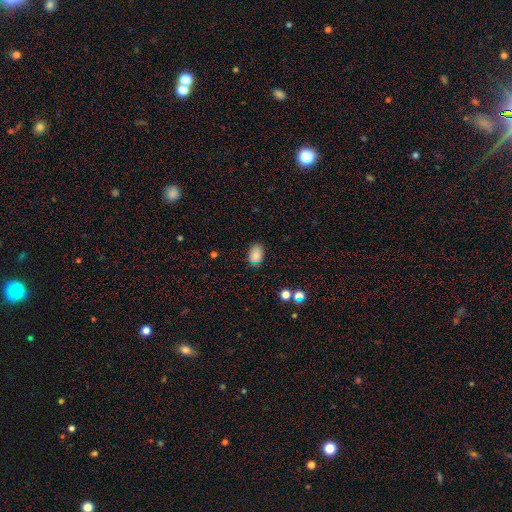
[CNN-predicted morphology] The model was most divided on "how rounded": in between: 80%, round: 18%, cigar-shaped: 1%. More confident: smooth or featured — smooth (83%); merging — none (79%).